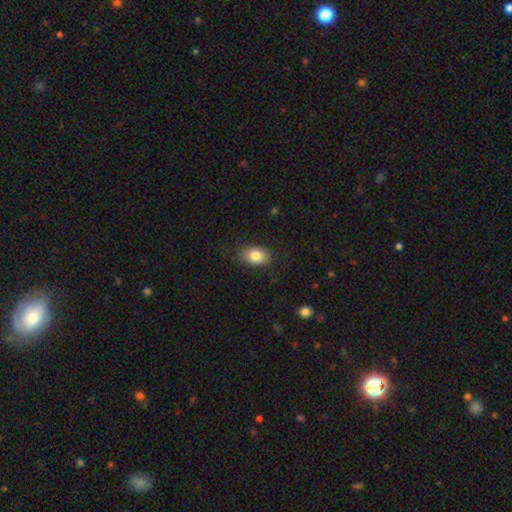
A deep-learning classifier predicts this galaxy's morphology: The model was most divided on "how rounded": in between: 84%, round: 15%, cigar-shaped: 1%. More confident: merging — none (85%); smooth or featured — smooth (84%).